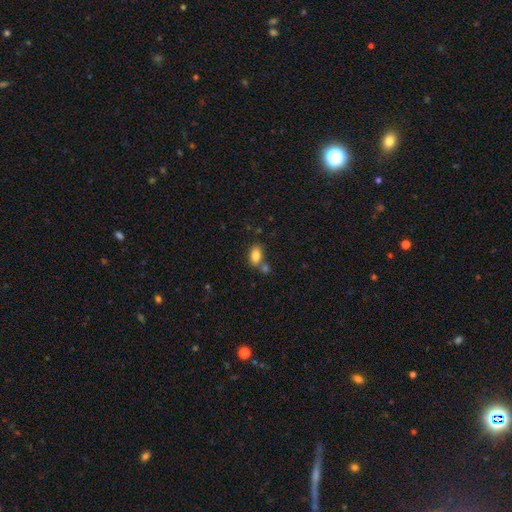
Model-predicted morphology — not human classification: type=smooth (84%); roundness=in between (89%); merging=none (57%).